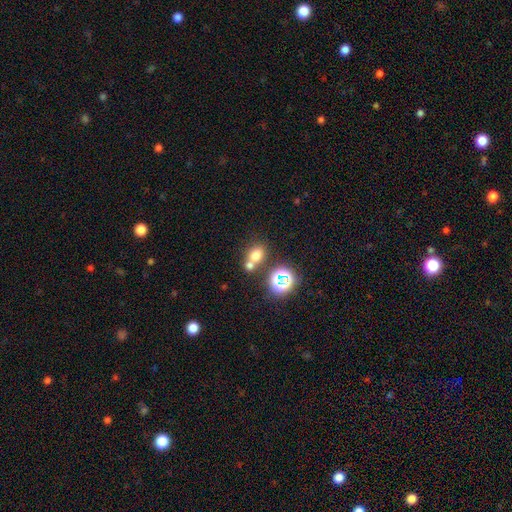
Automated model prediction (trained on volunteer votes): smooth-or-featured: smooth: 69% | star or artifact: 21% | featured or disk: 10%
  how-rounded: round: 54% | in between: 44% | cigar-shaped: 1%
  merging: none: 49% | merger: 38% | minor disturbance: 9% | major disturbance: 4%